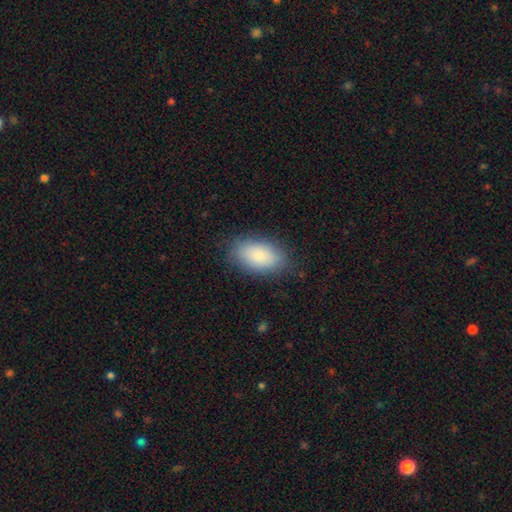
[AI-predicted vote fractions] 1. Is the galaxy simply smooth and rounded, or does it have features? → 86% smooth, 8% featured or disk, 7% star or artifact.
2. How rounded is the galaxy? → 93% in between, 4% round, 3% cigar-shaped.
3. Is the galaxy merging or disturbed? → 84% none, 12% minor disturbance, 3% major disturbance, 1% merger.